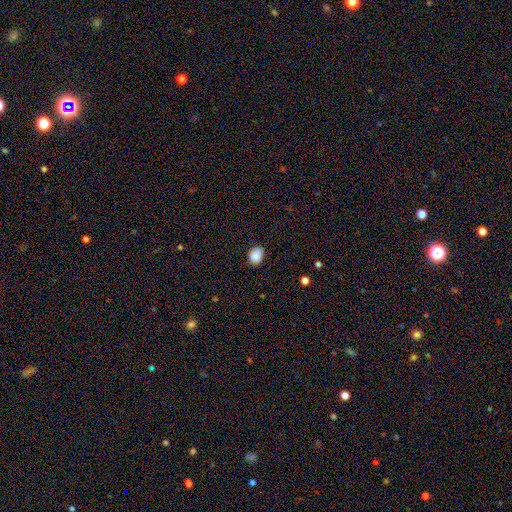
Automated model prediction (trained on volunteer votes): The model was most divided on "how rounded": in between: 54%, round: 45%, cigar-shaped: 1%. More confident: smooth or featured — smooth (88%); merging — none (84%).